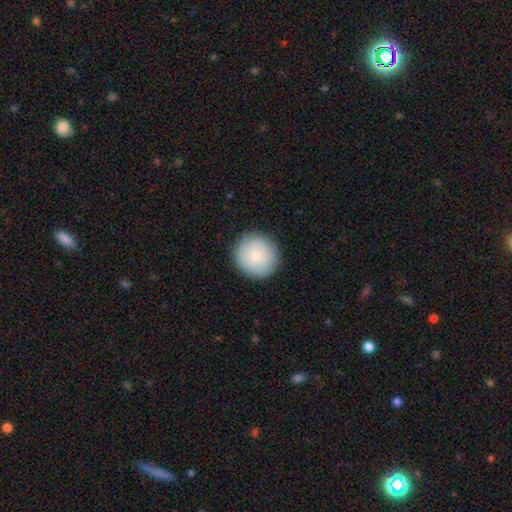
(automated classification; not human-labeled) A smooth galaxy with no disk features (82%) that is round (94%).

Vote fractions:
- Smooth or featured? smooth: 82% / featured or disk: 12% / star or artifact: 6%
- How rounded? round: 94% / in between: 5% / cigar-shaped: 1%
- Merging? none: 89% / minor disturbance: 7% / major disturbance: 2% / merger: 1%